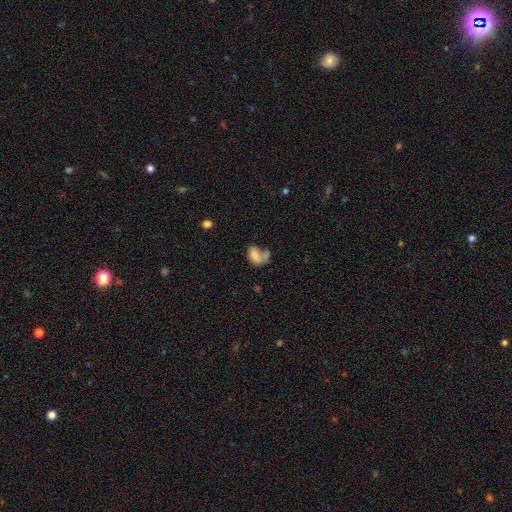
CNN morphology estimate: A smooth galaxy with no disk features (71%) that is in between round and cigar-shaped (81%). Merging: merger (32%).